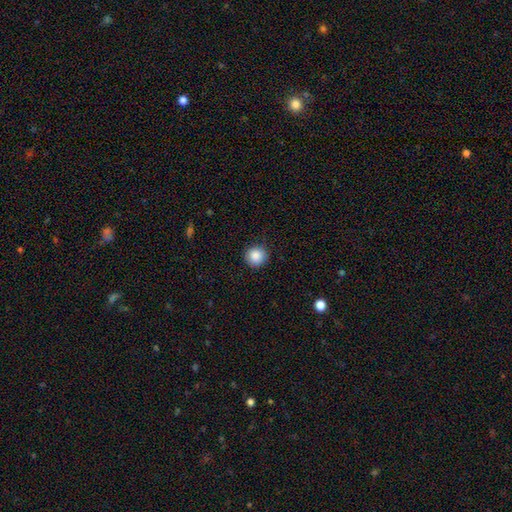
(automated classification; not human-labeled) Q: Smooth or featured?
A: smooth (87%); runner-up: star or artifact (9%)
Q: How rounded?
A: round (94%); runner-up: in between (5%)
Q: Merging?
A: none (88%); runner-up: minor disturbance (9%)